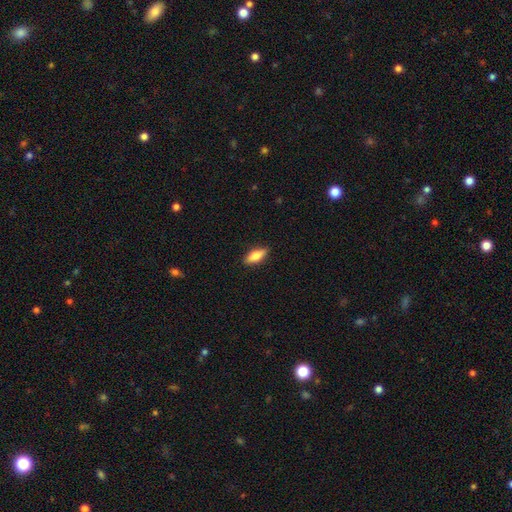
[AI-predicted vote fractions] Smooth or featured? smooth (73%)
How rounded? in between (71%)
Merging? none (87%)